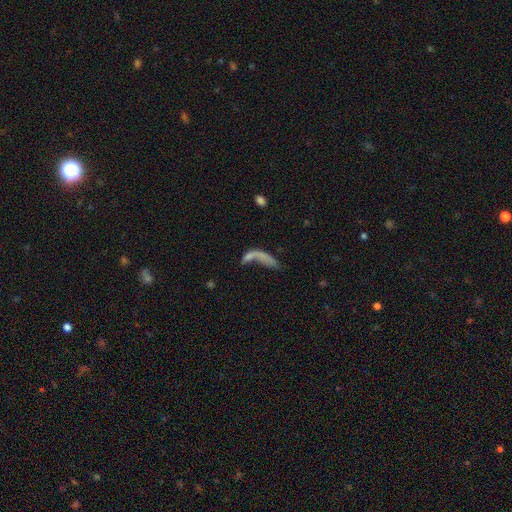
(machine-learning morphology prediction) smooth-or-featured: smooth: 52% | featured or disk: 34% | star or artifact: 14%
  how-rounded: cigar-shaped: 53% | in between: 41% | round: 7%
  merging: major disturbance: 33% | merger: 31% | none: 24% | minor disturbance: 12%